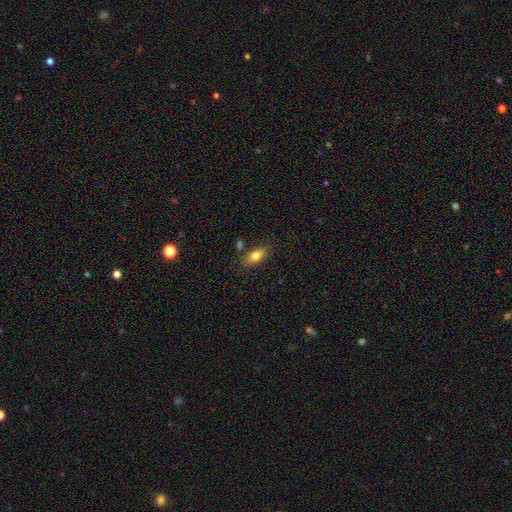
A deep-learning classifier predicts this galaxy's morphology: Smooth or featured: smooth — 77% (featured or disk — 15%)
How rounded: in between — 83% (cigar-shaped — 11%)
Merging: none — 74% (minor disturbance — 14%)